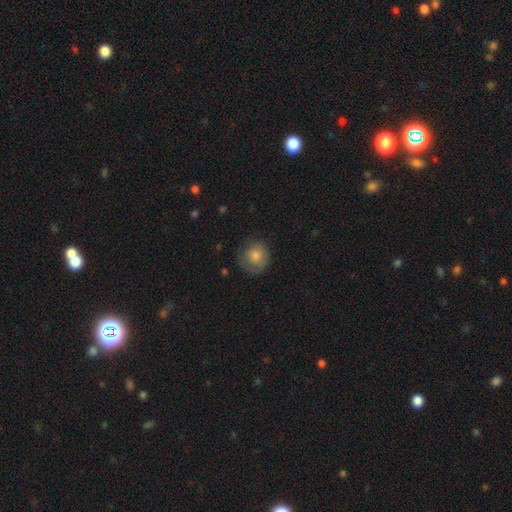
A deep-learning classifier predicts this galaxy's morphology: smooth 74%, featured or disk 18%, star or artifact 7%. Down the decision tree: how rounded — round (86%); merging — none (69%).